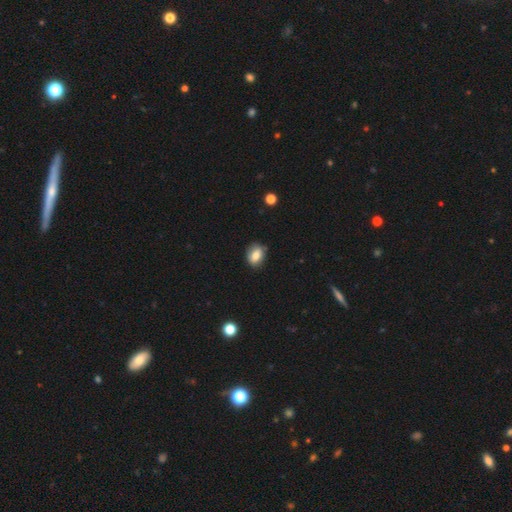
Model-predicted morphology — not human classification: smooth-or-featured: smooth: 78% | featured or disk: 13% | star or artifact: 9%
  how-rounded: in between: 65% | round: 33% | cigar-shaped: 1%
  merging: none: 76% | minor disturbance: 19% | major disturbance: 3% | merger: 2%